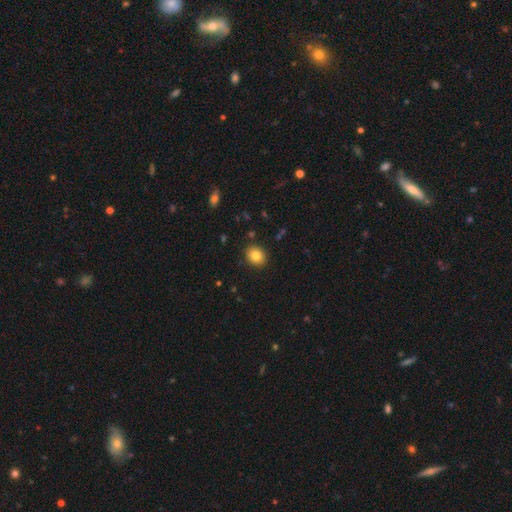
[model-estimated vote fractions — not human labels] This is clearly a smooth galaxy (82%). How rounded: likely round (69%). Merging: clearly none (90%).